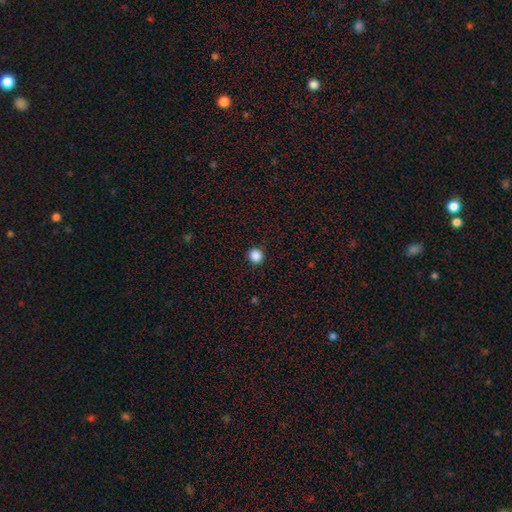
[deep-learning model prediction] Smooth or featured?
  - smooth: 87% *
  - star or artifact: 10%
  - featured or disk: 2%
How rounded?
  - round: 95% *
  - in between: 4%
  - cigar-shaped: 1%
Merging?
  - none: 93% *
  - minor disturbance: 5%
  - major disturbance: 2%
  - merger: 1%